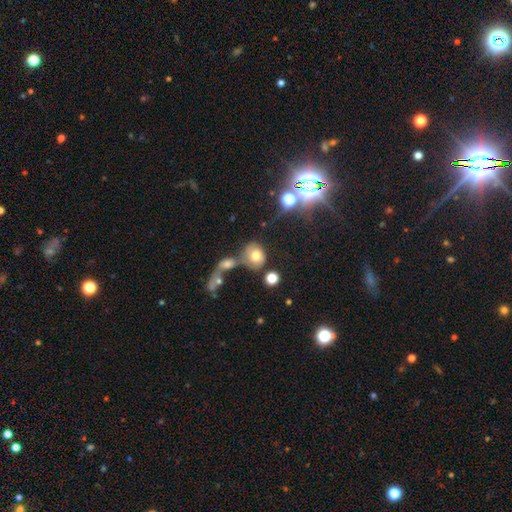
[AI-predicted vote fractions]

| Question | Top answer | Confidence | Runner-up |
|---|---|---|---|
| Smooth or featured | smooth | 68% | featured or disk (19%) |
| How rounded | round | 66% | in between (32%) |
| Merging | merger | 41% | none (36%) |